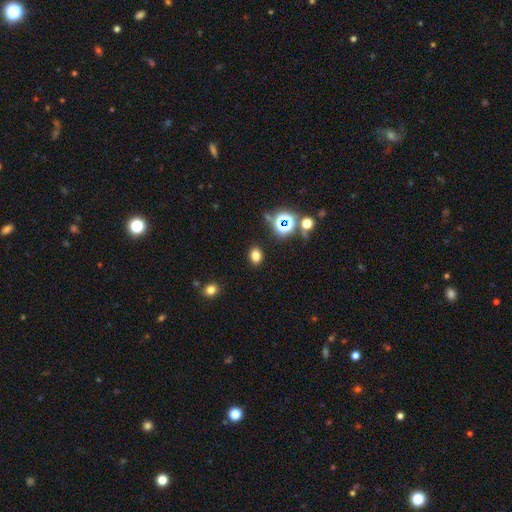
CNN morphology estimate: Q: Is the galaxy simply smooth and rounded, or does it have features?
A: smooth — 74%.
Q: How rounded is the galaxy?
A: in between — 69%.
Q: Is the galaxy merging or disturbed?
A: none — 87%.